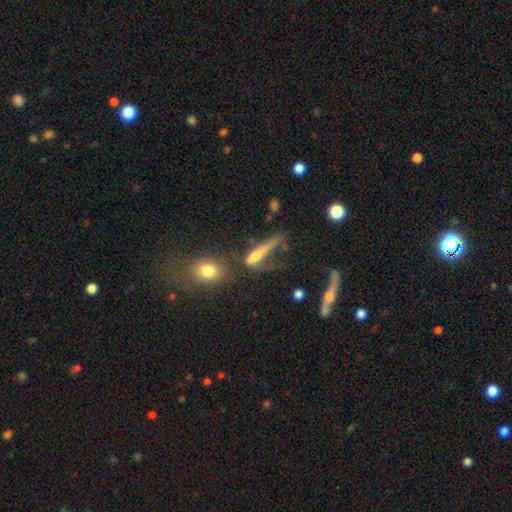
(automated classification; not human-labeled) Smooth or featured? smooth (51%)
How rounded? cigar-shaped (58%)
Merging? major disturbance (39%)